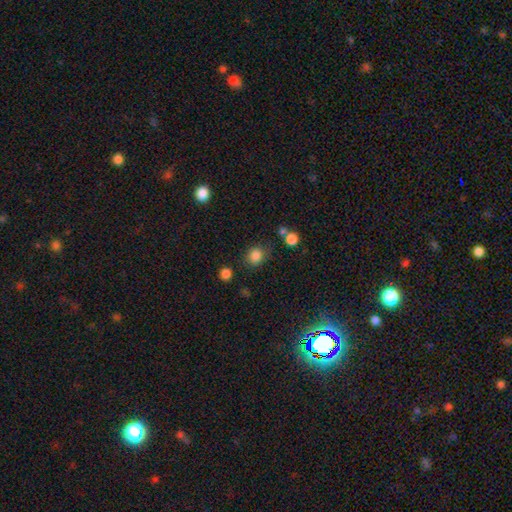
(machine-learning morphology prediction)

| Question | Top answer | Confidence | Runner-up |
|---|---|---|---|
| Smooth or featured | smooth | 83% | star or artifact (12%) |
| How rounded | round | 72% | in between (27%) |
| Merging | none | 77% | minor disturbance (14%) |